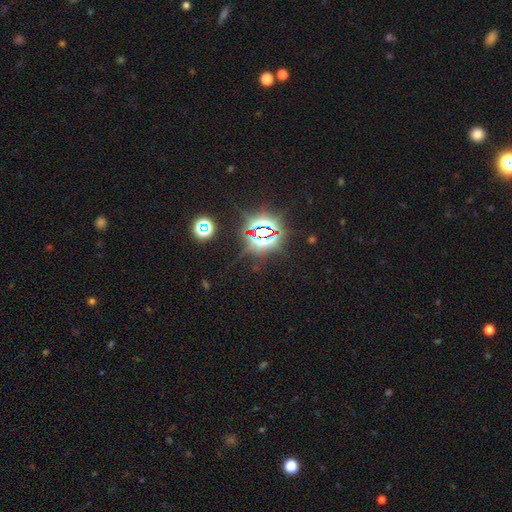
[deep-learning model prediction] This appears to be a star or artifact, not a galaxy (82%).